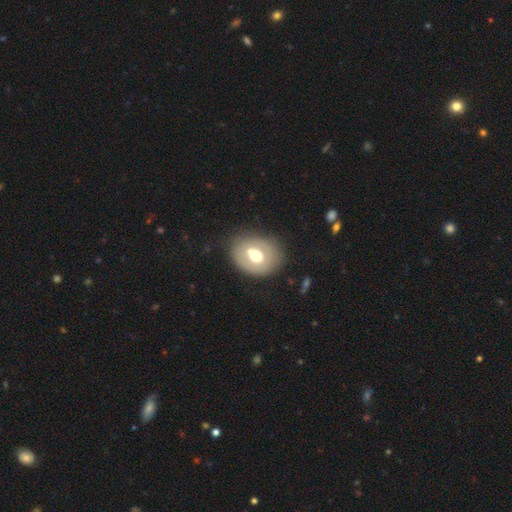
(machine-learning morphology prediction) Smooth or featured: smooth — 53% (featured or disk — 39%)
How rounded: in between — 57% (round — 42%)
Merging: none — 71% (minor disturbance — 16%)